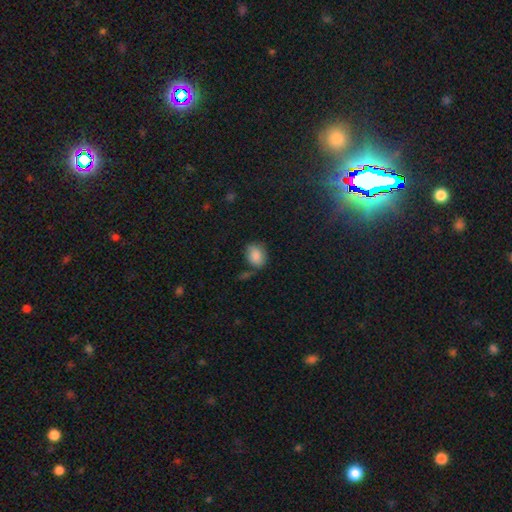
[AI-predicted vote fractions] The model was most divided on "how rounded": in between: 62%, round: 37%, cigar-shaped: 1%. More confident: smooth or featured — smooth (85%); merging — none (60%).